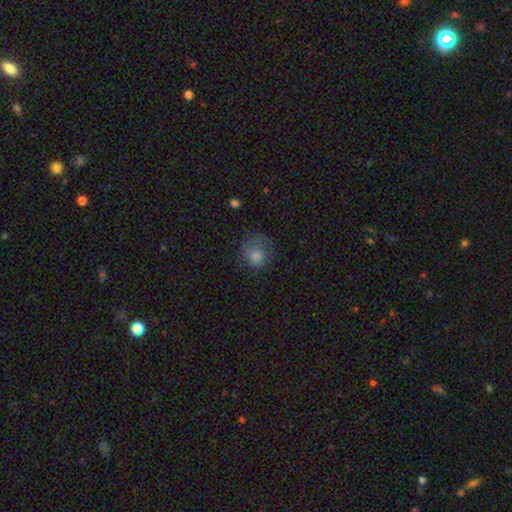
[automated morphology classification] A smooth galaxy with no disk features (75%) that is round (75%).

Vote fractions:
- Smooth or featured? smooth: 75% / featured or disk: 13% / star or artifact: 12%
- How rounded? round: 75% / in between: 24% / cigar-shaped: 1%
- Merging? none: 54% / minor disturbance: 26% / major disturbance: 19% / merger: 2%